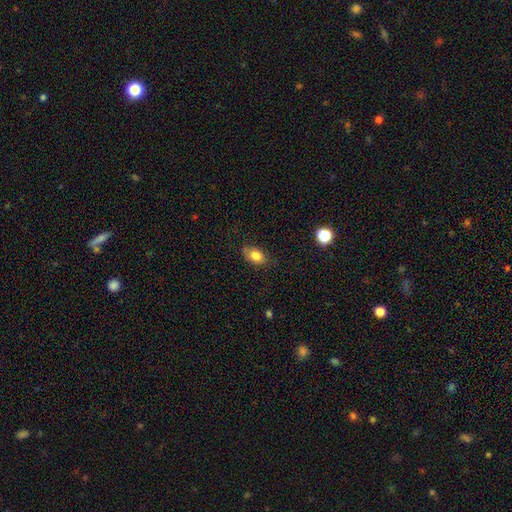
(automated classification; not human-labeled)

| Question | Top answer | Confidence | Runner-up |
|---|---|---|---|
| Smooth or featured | smooth | 81% | featured or disk (10%) |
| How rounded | in between | 83% | round (14%) |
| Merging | none | 76% | minor disturbance (18%) |